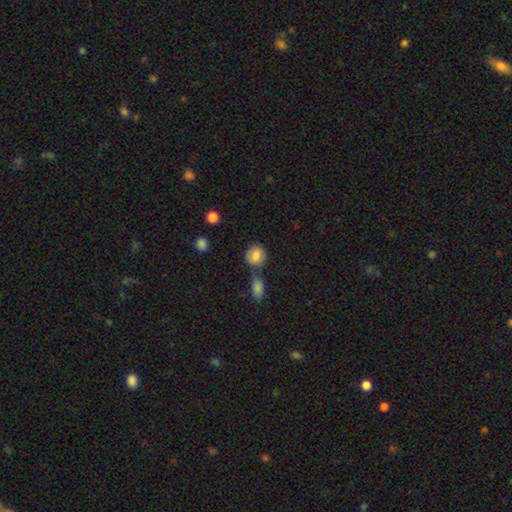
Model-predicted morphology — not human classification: Overall: smooth (80%). How rounded: round (72%). Merging: none (66%).